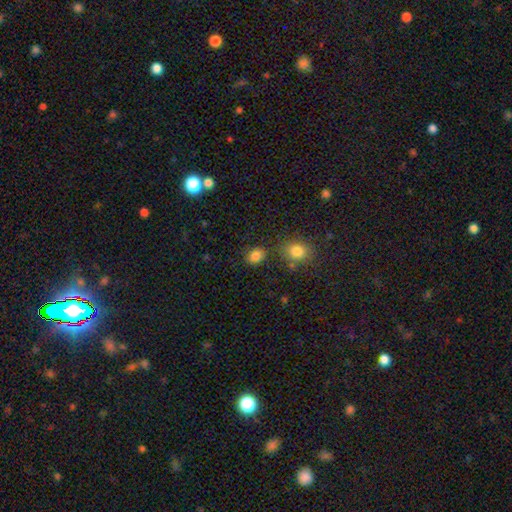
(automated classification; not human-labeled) Smooth or featured: smooth — 84% (star or artifact — 11%)
How rounded: in between — 54% (round — 45%)
Merging: none — 77% (minor disturbance — 12%)